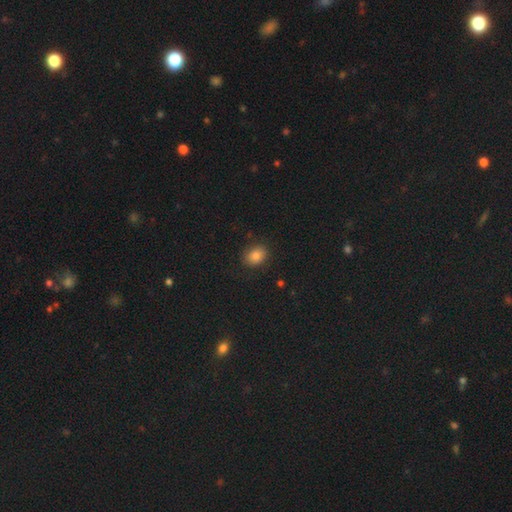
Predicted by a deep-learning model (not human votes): This is clearly a smooth galaxy (83%). How rounded: possibly in between (59%). Merging: clearly none (85%).